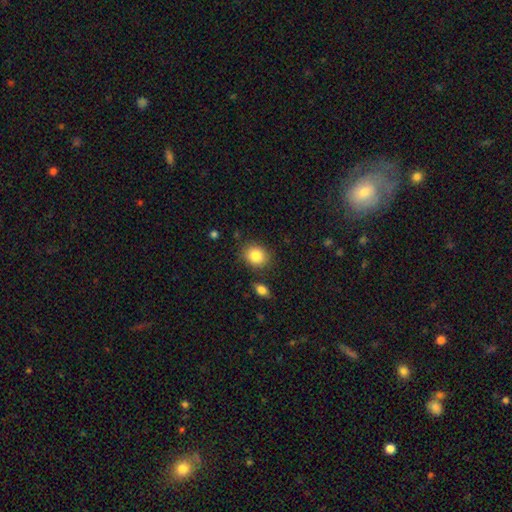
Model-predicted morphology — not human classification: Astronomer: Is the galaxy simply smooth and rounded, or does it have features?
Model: smooth — 85%.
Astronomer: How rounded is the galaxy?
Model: round — 59% (runner-up: in between, 40%).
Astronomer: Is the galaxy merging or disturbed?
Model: none — 83%.